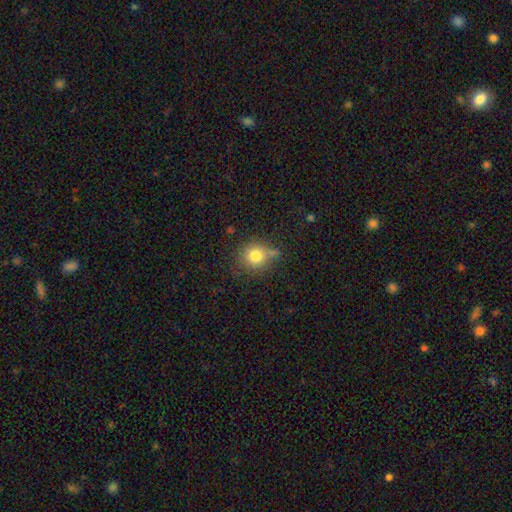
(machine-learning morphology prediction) smooth-or-featured: smooth: 78% | star or artifact: 12% | featured or disk: 10%
  how-rounded: round: 85% | in between: 14% | cigar-shaped: 1%
  merging: none: 60% | minor disturbance: 23% | merger: 10% | major disturbance: 8%